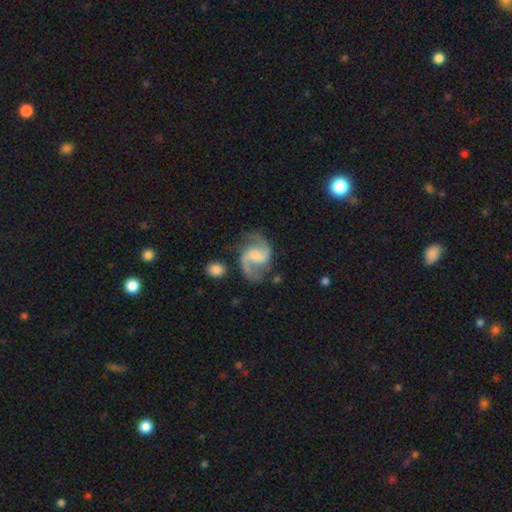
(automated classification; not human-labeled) Smooth or featured?
  - featured or disk: 90% *
  - smooth: 6%
  - star or artifact: 5%
Edge-on disk?
  - no: 98% *
  - yes: 2%
Bar?
  - weak: 51% *
  - no: 34%
  - strong: 16%
Spiral arms?
  - yes: 97% *
  - no: 3%
Spiral winding?
  - medium: 52% *
  - loose: 39%
  - tight: 9%
Spiral arm count?
  - 2: 93% *
  - can't tell: 2%
  - 1: 2%
  - 3: 1%
  - 4: 1%
  - more than 4: 1%
Bulge size?
  - small: 37% *
  - moderate: 34%
  - none: 21%
  - large: 8%
  - dominant: 2%
Merging?
  - none: 69% *
  - minor disturbance: 17%
  - major disturbance: 9%
  - merger: 4%